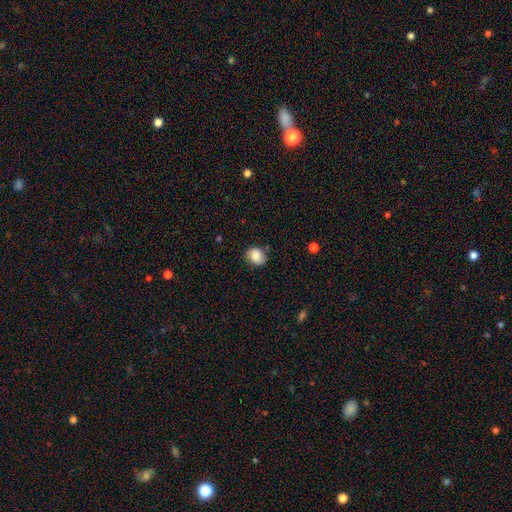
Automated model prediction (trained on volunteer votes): smooth_or_featured: smooth (p=0.80) [alt: featured or disk p=0.12]
how_rounded: round (p=0.58) [alt: in between p=0.41]
merging: none (p=0.74) [alt: minor disturbance p=0.20]